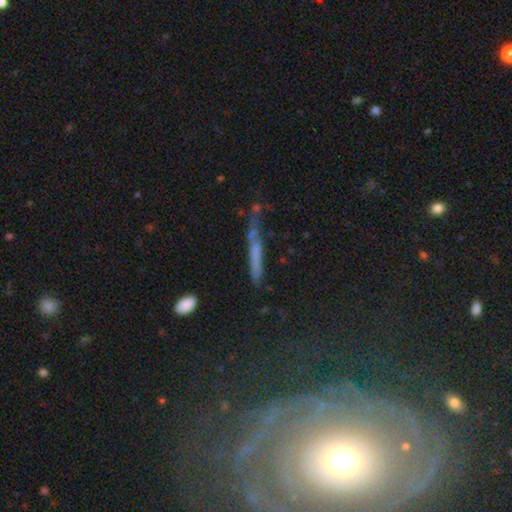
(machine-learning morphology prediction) Smooth or featured: smooth — 50% (featured or disk — 35%)
How rounded: cigar-shaped — 92% (in between — 5%)
Merging: none — 58% (minor disturbance — 24%)